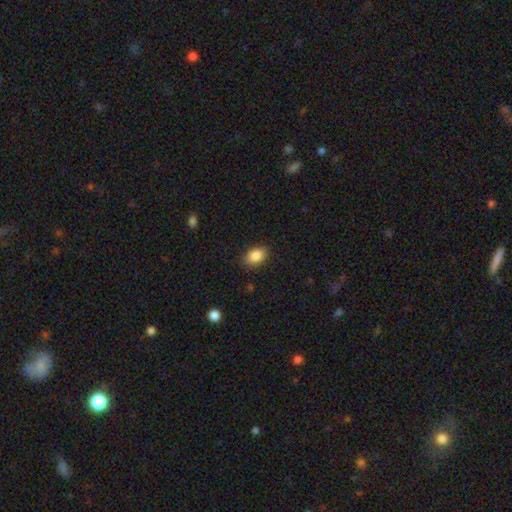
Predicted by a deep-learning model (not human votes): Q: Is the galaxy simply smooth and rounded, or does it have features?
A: smooth — 87%.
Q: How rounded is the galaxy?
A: in between — 84%.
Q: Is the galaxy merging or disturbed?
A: none — 87%.